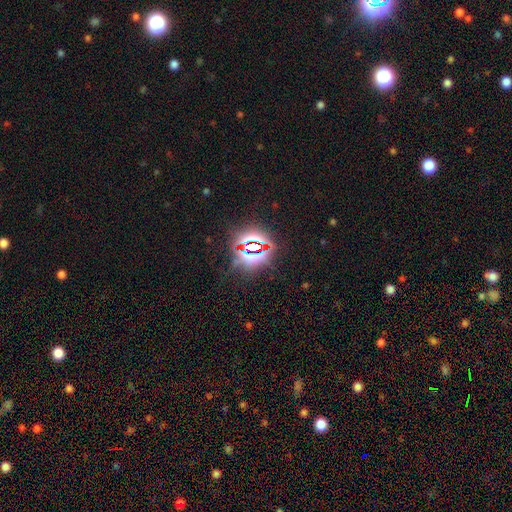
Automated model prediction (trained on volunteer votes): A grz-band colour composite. It shows a star or artifact, not a galaxy (82%).